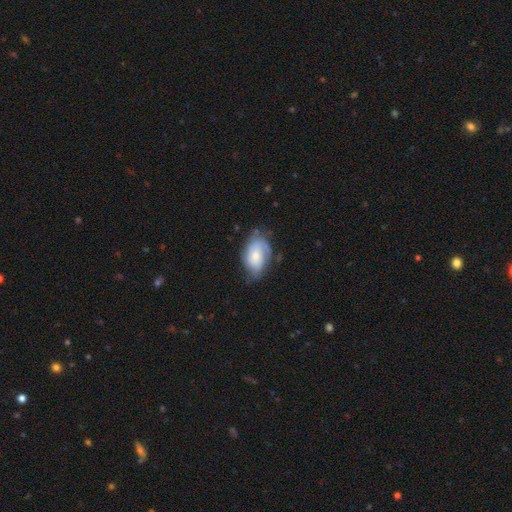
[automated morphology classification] Smooth or featured? smooth (48%)
Merging? none (52%)